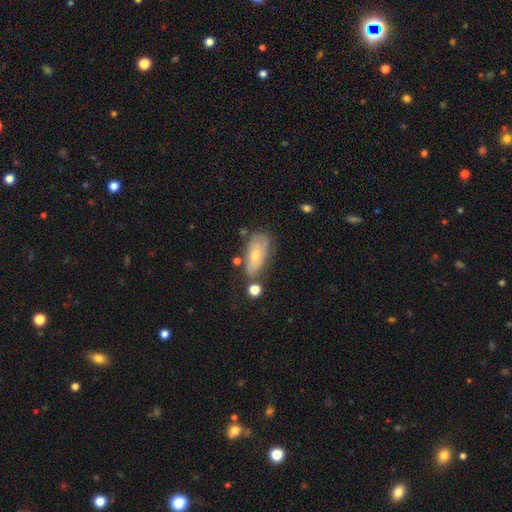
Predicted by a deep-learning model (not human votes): Q: Smooth or featured?
A: smooth (52%); runner-up: featured or disk (41%)
Q: How rounded?
A: in between (85%); runner-up: cigar-shaped (10%)
Q: Merging?
A: none (56%); runner-up: minor disturbance (26%)